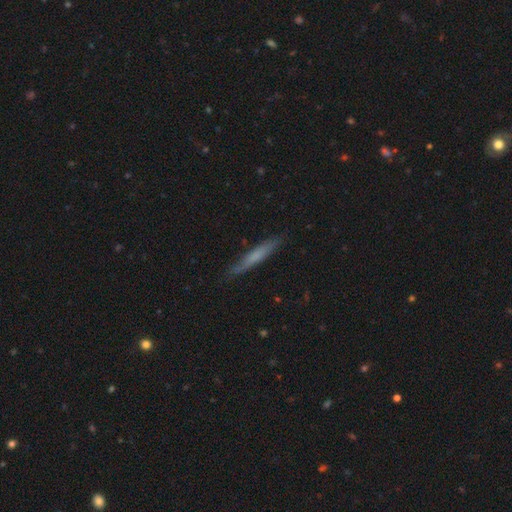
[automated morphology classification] Smooth or featured: smooth — 56% (featured or disk — 38%)
How rounded: cigar-shaped — 94% (in between — 5%)
Merging: none — 81% (minor disturbance — 15%)